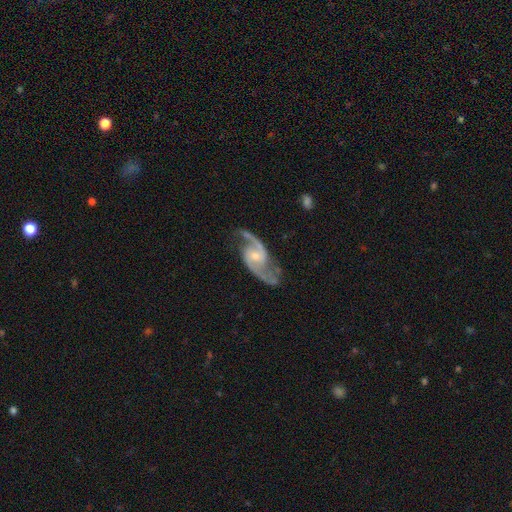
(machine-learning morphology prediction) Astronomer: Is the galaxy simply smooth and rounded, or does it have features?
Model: featured or disk — 92%.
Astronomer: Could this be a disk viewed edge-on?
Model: no — 97%.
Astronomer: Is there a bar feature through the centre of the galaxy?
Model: no — 46% (runner-up: weak, 43%).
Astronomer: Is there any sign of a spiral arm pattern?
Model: yes — 98%.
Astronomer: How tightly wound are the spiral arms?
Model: medium — 52% (runner-up: loose, 37%).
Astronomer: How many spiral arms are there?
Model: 2 — 93%.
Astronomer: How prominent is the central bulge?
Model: small — 54% (runner-up: moderate, 39%).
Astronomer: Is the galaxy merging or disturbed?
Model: none — 73%.